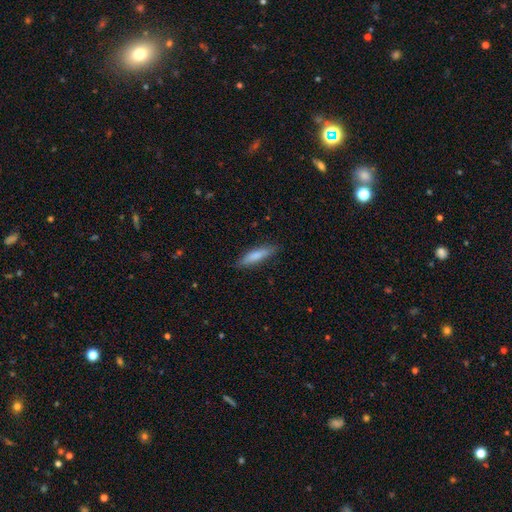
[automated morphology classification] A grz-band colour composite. It shows a smooth galaxy with no disk features (79%) that is cigar-shaped (76%). Merging: none (84%).